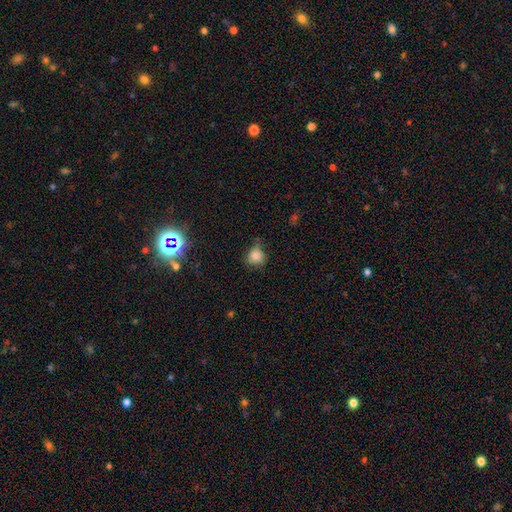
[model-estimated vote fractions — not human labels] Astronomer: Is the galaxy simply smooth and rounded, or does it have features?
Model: smooth — 82%.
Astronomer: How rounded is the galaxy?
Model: round — 81%.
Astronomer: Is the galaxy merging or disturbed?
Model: none — 60%.